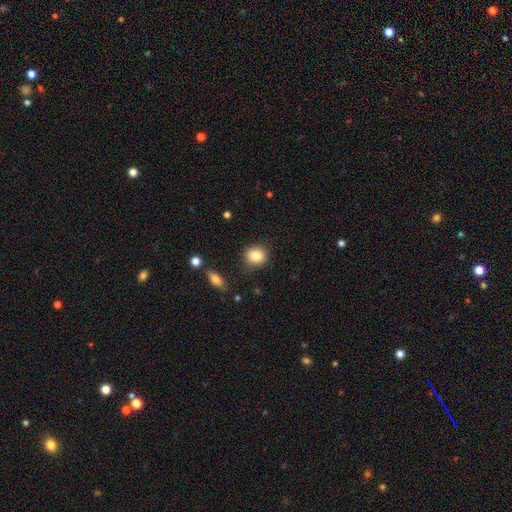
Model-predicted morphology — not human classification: Q: Smooth or featured?
A: smooth (84%); runner-up: star or artifact (9%)
Q: How rounded?
A: round (79%); runner-up: in between (20%)
Q: Merging?
A: none (86%); runner-up: minor disturbance (9%)